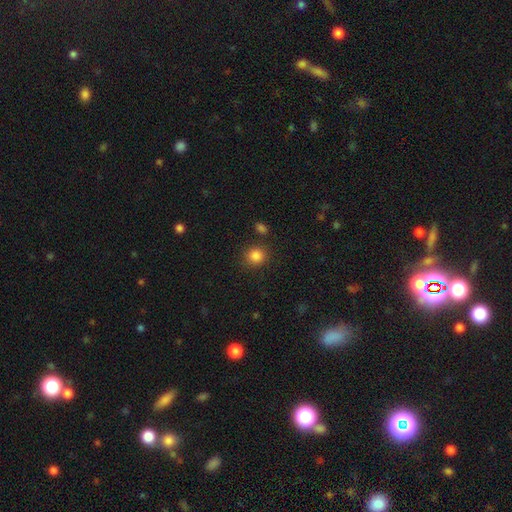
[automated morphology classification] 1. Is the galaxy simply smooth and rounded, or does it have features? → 85% smooth, 11% star or artifact, 4% featured or disk.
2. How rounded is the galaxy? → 85% round, 14% in between, 1% cigar-shaped.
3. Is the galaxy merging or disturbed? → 84% none, 9% minor disturbance, 4% merger, 3% major disturbance.